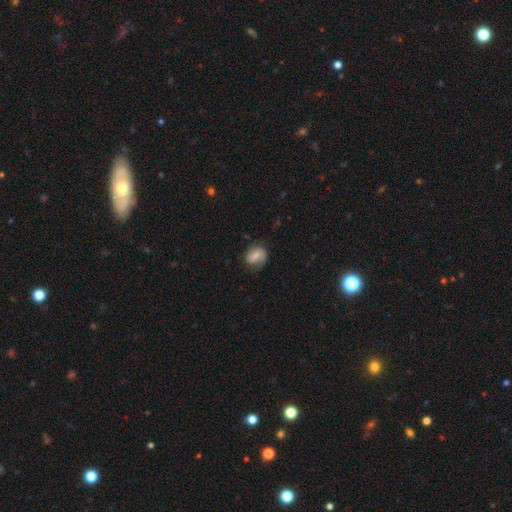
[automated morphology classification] Q: Smooth or featured?
A: smooth (60%); runner-up: featured or disk (32%)
Q: How rounded?
A: round (51%); runner-up: in between (48%)
Q: Merging?
A: none (64%); runner-up: minor disturbance (25%)